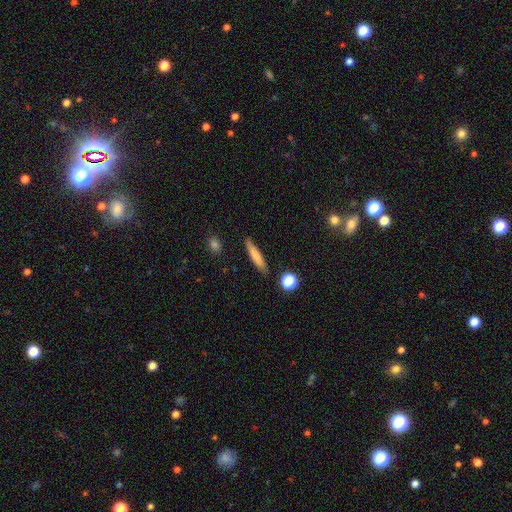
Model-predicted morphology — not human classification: This is likely a smooth galaxy (74%). How rounded: clearly cigar-shaped (89%). Merging: clearly none (87%).